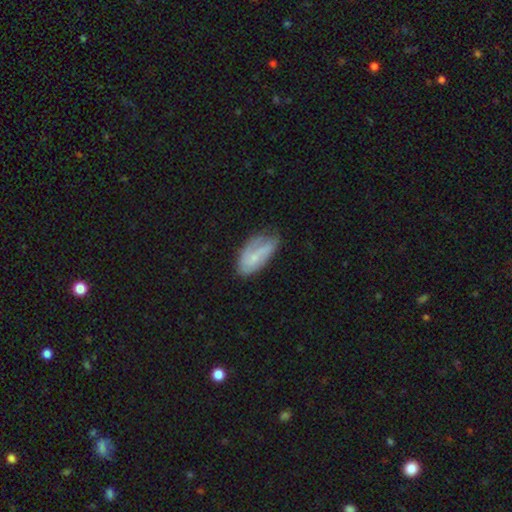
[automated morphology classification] Smooth or featured?
  - smooth: 48% *
  - featured or disk: 45%
  - star or artifact: 7%
Merging?
  - none: 43% *
  - minor disturbance: 35%
  - major disturbance: 18%
  - merger: 3%